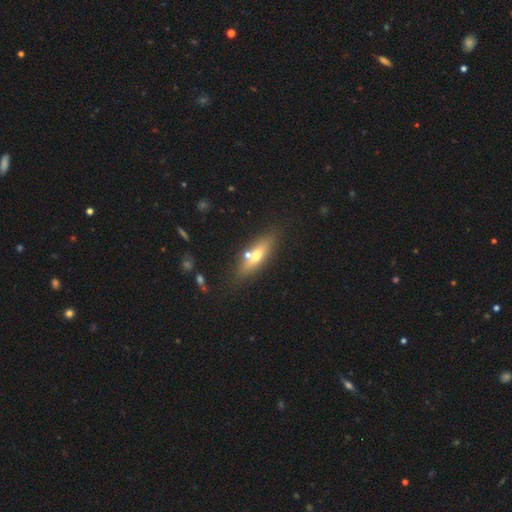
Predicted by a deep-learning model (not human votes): Smooth or featured? Predicted: smooth (p=0.51). How rounded? Predicted: cigar-shaped (p=0.54). Merging? Predicted: none (p=0.71).